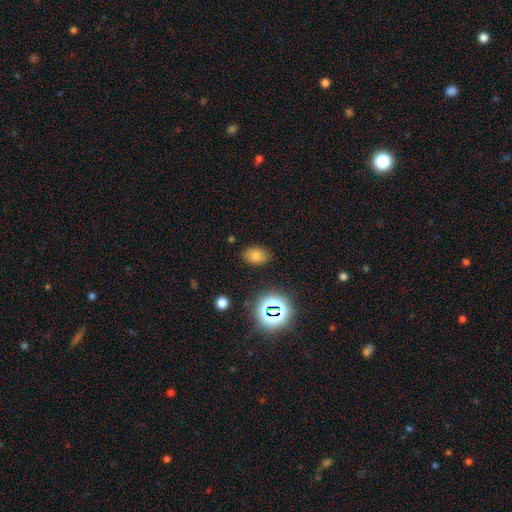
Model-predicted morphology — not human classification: Overall: smooth (67%). How rounded: in between (73%). Merging: none (85%).